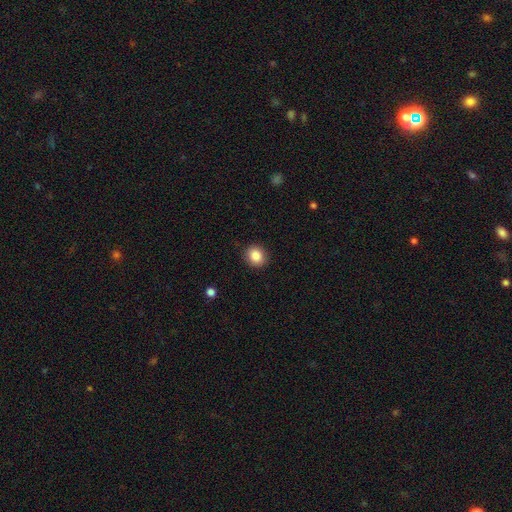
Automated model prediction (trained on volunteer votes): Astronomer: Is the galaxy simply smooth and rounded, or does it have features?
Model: smooth — 86%.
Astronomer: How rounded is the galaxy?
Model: round — 76%.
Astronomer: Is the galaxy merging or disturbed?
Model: none — 90%.